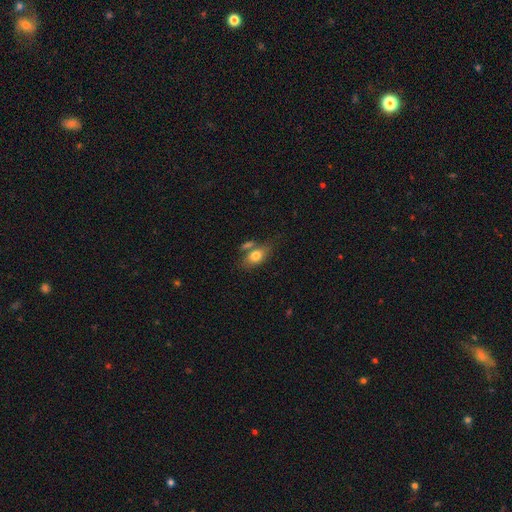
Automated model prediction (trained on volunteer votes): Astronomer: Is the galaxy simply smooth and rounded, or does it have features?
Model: smooth — 76%.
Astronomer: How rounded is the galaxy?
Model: in between — 82%.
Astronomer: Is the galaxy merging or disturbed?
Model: none — 53%.